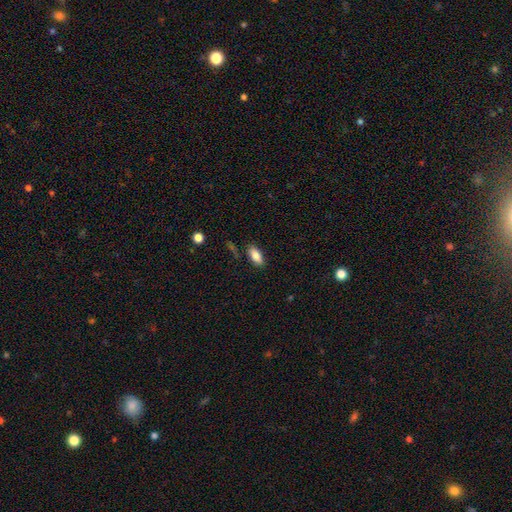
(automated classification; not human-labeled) Smooth or featured? smooth (84%)
How rounded? in between (87%)
Merging? none (83%)